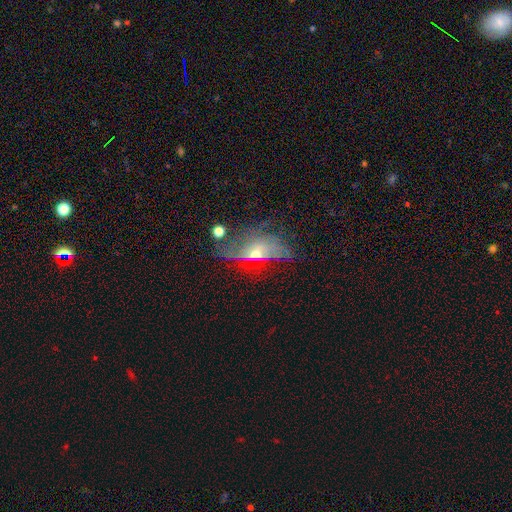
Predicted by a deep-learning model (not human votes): Overall: featured or disk (54%; smooth 26%). Edge-on disk: no (78%). Merging: none (48%; major disturbance 24%).